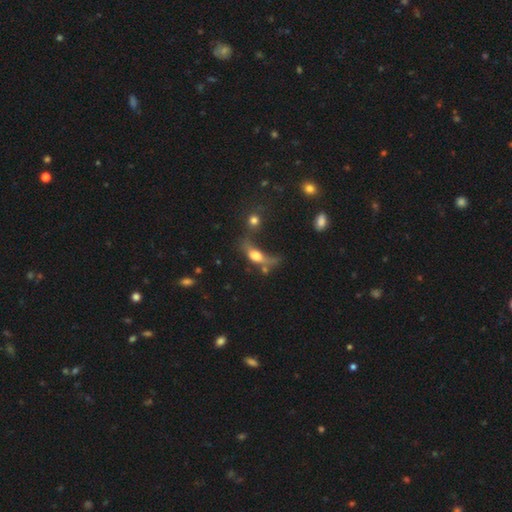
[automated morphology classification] smooth_or_featured: smooth (p=0.56) [alt: featured or disk p=0.31]
how_rounded: in between (p=0.65) [alt: cigar-shaped p=0.21]
merging: major disturbance (p=0.37) [alt: merger p=0.25]